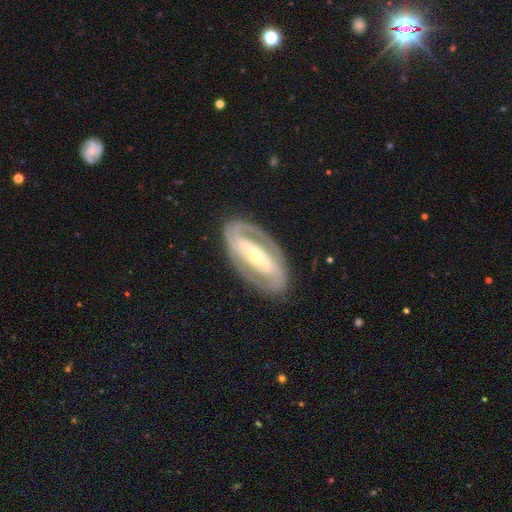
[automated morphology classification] smooth-or-featured: featured or disk: 86% | smooth: 9% | star or artifact: 5%
  disk-edge-on: no: 92% | yes: 8%
    bar: strong: 70% | weak: 17% | no: 12%
    has-spiral-arms: yes: 88% | no: 12%
      spiral-winding: tight: 55% | medium: 34% | loose: 10%
      spiral-arm-count: 2: 80% | can't tell: 10% | 3: 4% | 1: 3% | 4: 1% | more than 4: 1%
    bulge-size: small: 60% | moderate: 34% | large: 3% | dominant: 1% | none: 1%
  merging: none: 82% | minor disturbance: 11% | major disturbance: 5% | merger: 1%